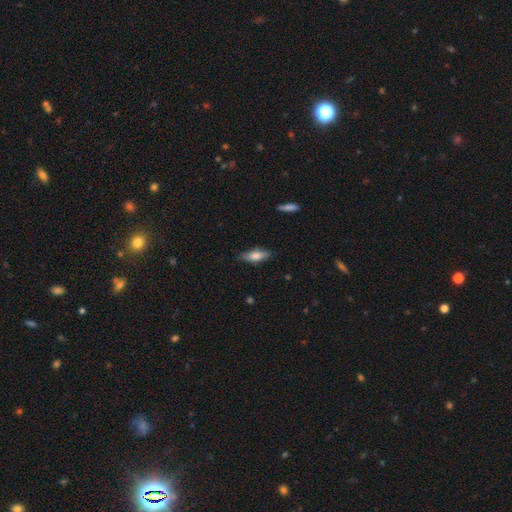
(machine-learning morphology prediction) Q: Smooth or featured?
A: smooth (67%); runner-up: featured or disk (26%)
Q: How rounded?
A: in between (59%); runner-up: cigar-shaped (39%)
Q: Merging?
A: none (78%); runner-up: minor disturbance (17%)